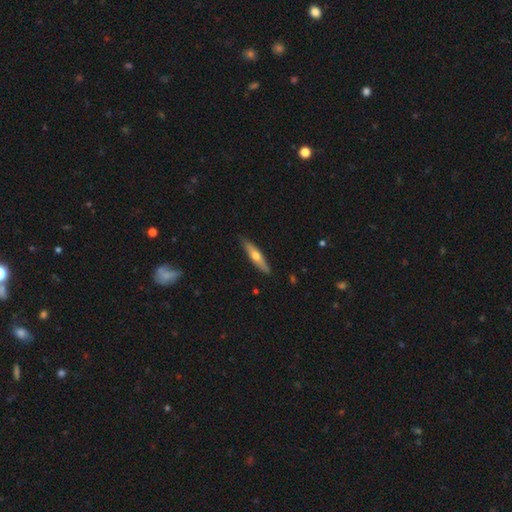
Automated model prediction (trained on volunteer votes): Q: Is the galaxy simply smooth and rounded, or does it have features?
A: smooth — 48%.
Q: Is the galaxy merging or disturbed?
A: none — 88%.